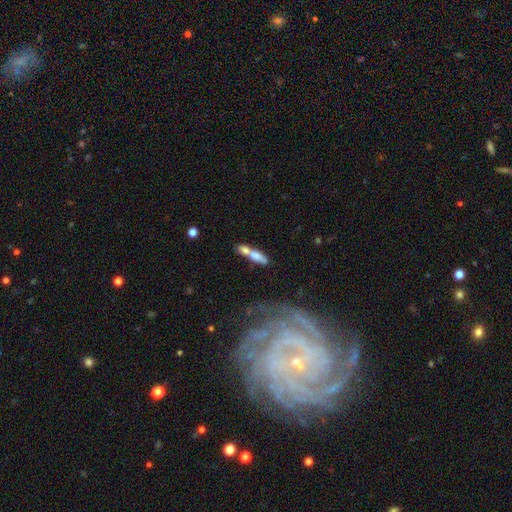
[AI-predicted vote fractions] smooth-or-featured: smooth: 66% | featured or disk: 26% | star or artifact: 8%
  how-rounded: cigar-shaped: 52% | in between: 45% | round: 4%
  merging: merger: 54% | none: 27% | minor disturbance: 11% | major disturbance: 7%